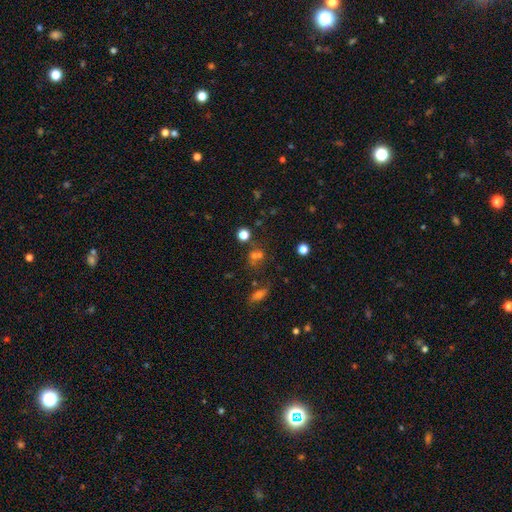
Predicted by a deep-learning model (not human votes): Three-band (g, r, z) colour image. It shows a smooth galaxy with no disk features (50%) that is round (67%). Merging: none (53%).